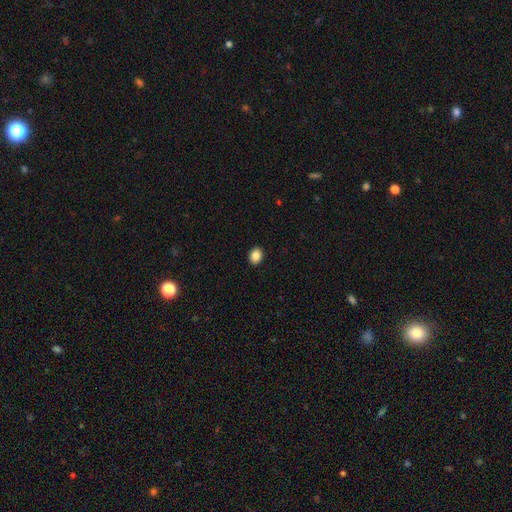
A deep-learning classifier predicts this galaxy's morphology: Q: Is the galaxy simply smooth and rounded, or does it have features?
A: smooth — 87%.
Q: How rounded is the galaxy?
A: round — 52%.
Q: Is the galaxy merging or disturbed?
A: none — 92%.